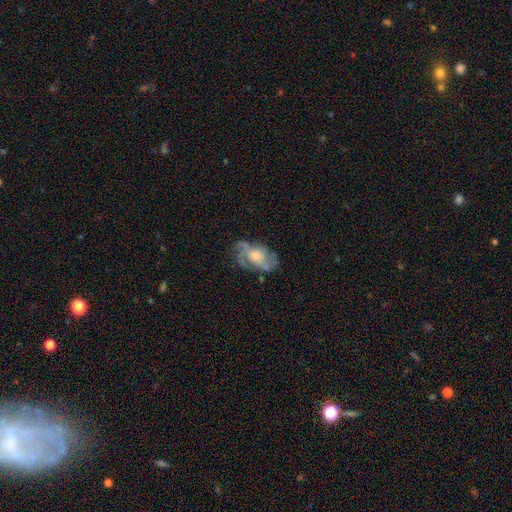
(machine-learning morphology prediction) Overall: featured or disk (73%). Edge-on disk: no (95%). Bar: no (74%). Spiral arms: yes (86%). Spiral arm count: can't tell (30%; 3 27%). Spiral winding: medium (45%; tight 35%). Bulge size: moderate (58%; small 26%). Merging: none (63%).